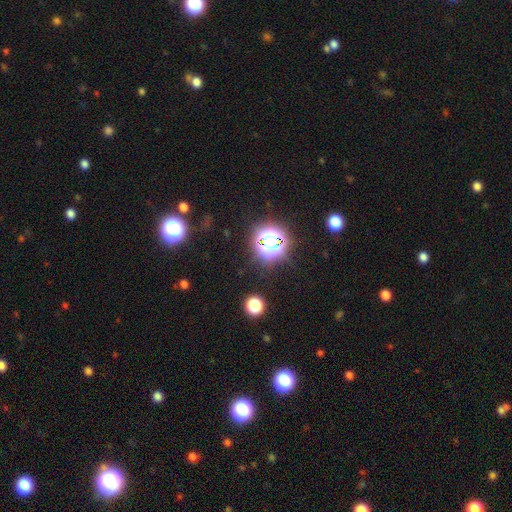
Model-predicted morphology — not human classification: Smooth or featured? Predicted: star or artifact (p=0.77).